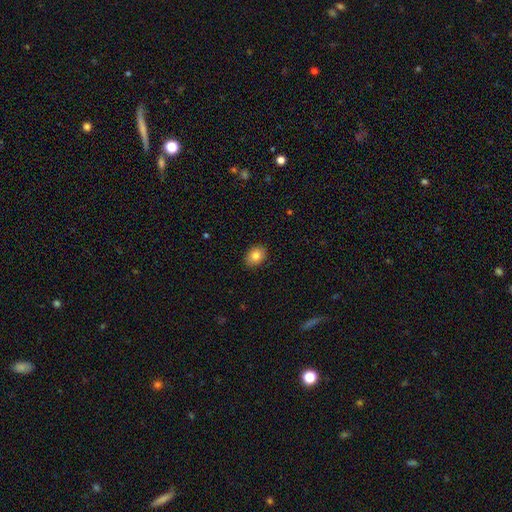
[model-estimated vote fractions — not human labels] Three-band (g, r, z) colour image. It shows a smooth galaxy with no disk features (83%) that is in between round and cigar-shaped (64%). Merging: none (89%).